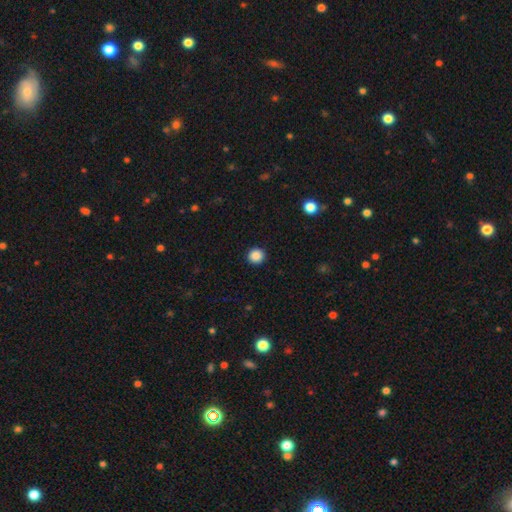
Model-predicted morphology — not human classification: Smooth or featured? smooth (88%)
How rounded? round (94%)
Merging? none (93%)